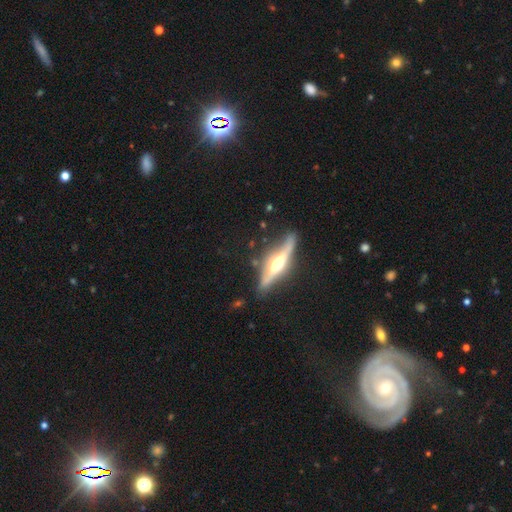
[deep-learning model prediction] Smooth or featured: featured or disk — 83% (smooth — 10%)
Edge-on disk: yes — 86% (no — 14%)
Edge-on bulge: rounded — 93% (boxy — 4%)
Merging: none — 76% (minor disturbance — 15%)